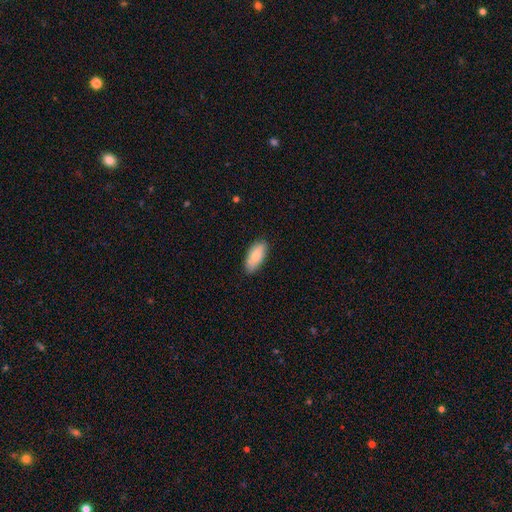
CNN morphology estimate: Smooth or featured: smooth — 83% (featured or disk — 11%)
How rounded: in between — 88% (cigar-shaped — 10%)
Merging: none — 84% (minor disturbance — 13%)